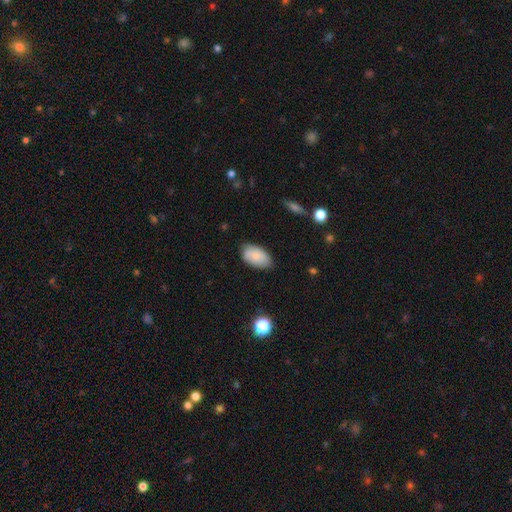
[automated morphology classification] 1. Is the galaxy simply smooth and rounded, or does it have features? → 79% smooth, 13% featured or disk, 7% star or artifact.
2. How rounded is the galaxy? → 94% in between, 4% round, 2% cigar-shaped.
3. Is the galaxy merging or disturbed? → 75% none, 20% minor disturbance, 4% major disturbance, 2% merger.